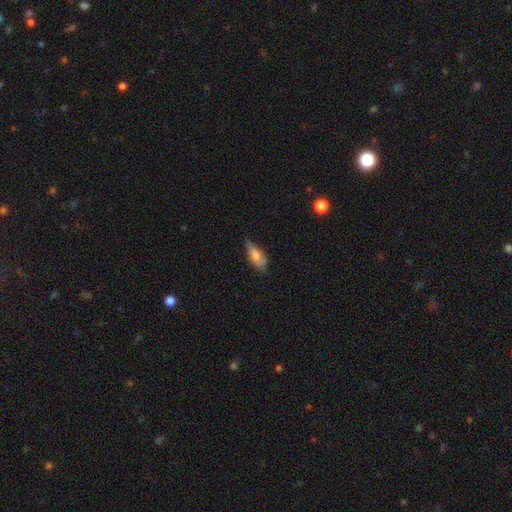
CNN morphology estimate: A smooth galaxy with no disk features (66%) that is in between round and cigar-shaped (73%).

Vote fractions:
- Smooth or featured? smooth: 66% / featured or disk: 27% / star or artifact: 7%
- How rounded? in between: 73% / cigar-shaped: 24% / round: 3%
- Merging? none: 61% / minor disturbance: 29% / major disturbance: 7% / merger: 3%